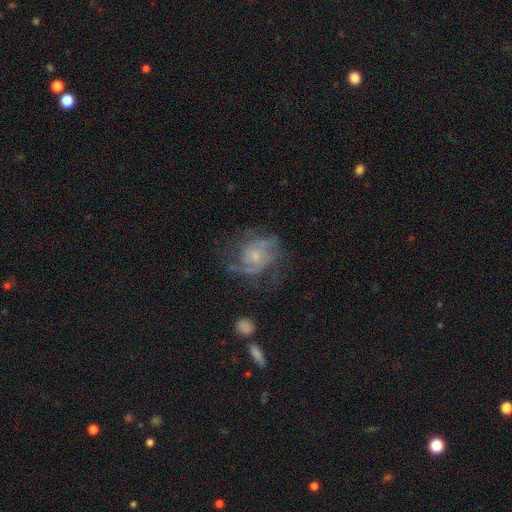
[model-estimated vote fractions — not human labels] This is likely a featured or disk galaxy (76%). It is clearly not viewed edge-on (98%). Bar: likely no (75%). Spiral arm pattern: clearly yes (85%). Spiral arm count: marginally 2 (34%). Spiral winding: marginally medium (45%). Central bulge: likely small (64%). Merging: possibly none (54%).